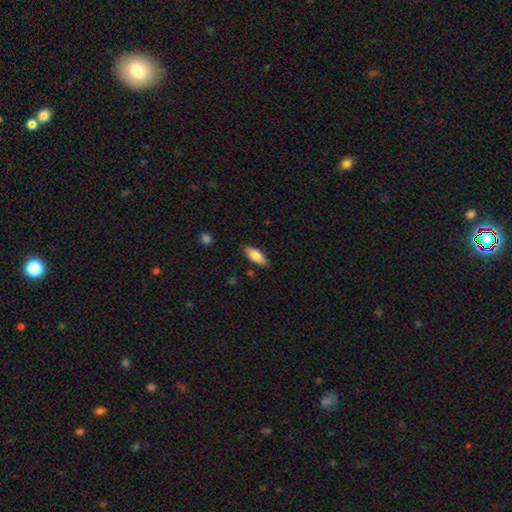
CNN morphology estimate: Smooth or featured?
  - smooth: 77% *
  - featured or disk: 17%
  - star or artifact: 6%
How rounded?
  - in between: 73% *
  - cigar-shaped: 25%
  - round: 2%
Merging?
  - none: 85% *
  - minor disturbance: 11%
  - major disturbance: 2%
  - merger: 1%